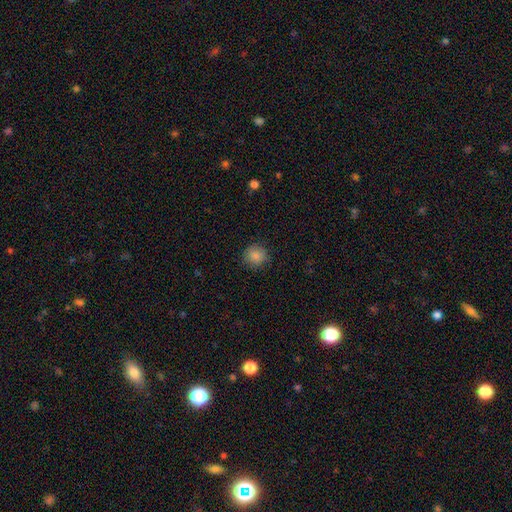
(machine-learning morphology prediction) type=smooth (86%); roundness=round (90%); merging=none (86%).